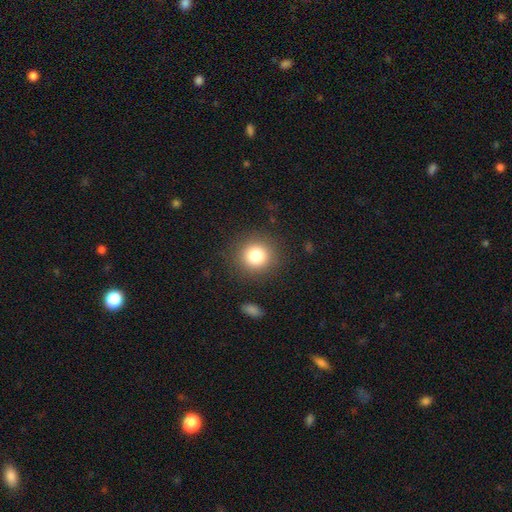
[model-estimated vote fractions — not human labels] Smooth or featured: smooth — 80% (star or artifact — 12%)
How rounded: round — 92% (in between — 7%)
Merging: none — 89% (minor disturbance — 7%)